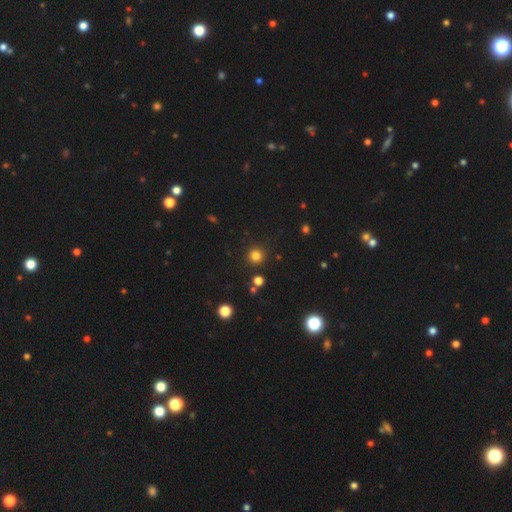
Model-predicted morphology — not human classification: Smooth or featured?
  - smooth: 81% *
  - star or artifact: 15%
  - featured or disk: 4%
How rounded?
  - round: 94% *
  - in between: 5%
  - cigar-shaped: 1%
Merging?
  - none: 89% *
  - minor disturbance: 6%
  - merger: 3%
  - major disturbance: 2%